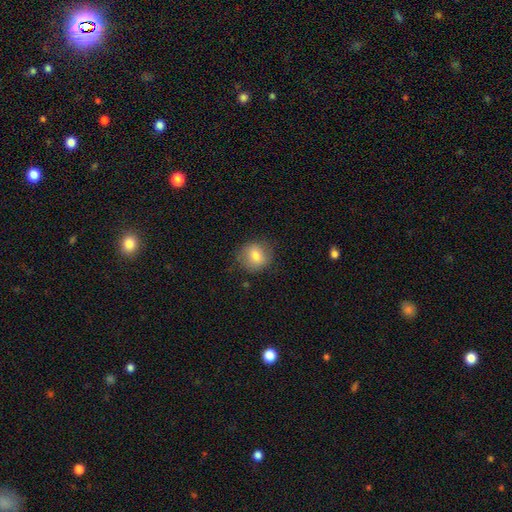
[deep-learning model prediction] A smooth galaxy with no disk features (77%) that is round (82%). Merging: none (80%).